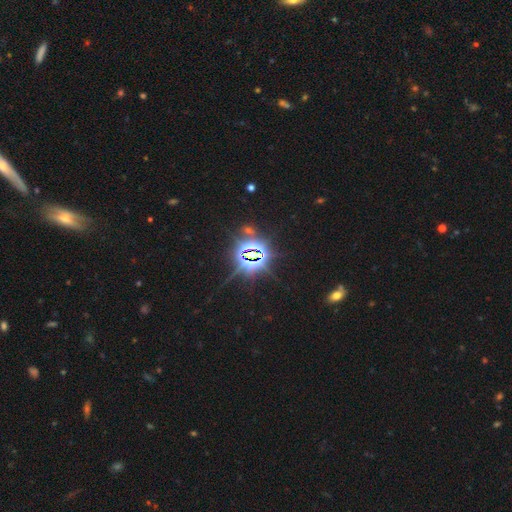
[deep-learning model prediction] A star or artifact, not a galaxy (75%).

Vote fractions:
- Smooth or featured? star or artifact: 75% / smooth: 17% / featured or disk: 8%